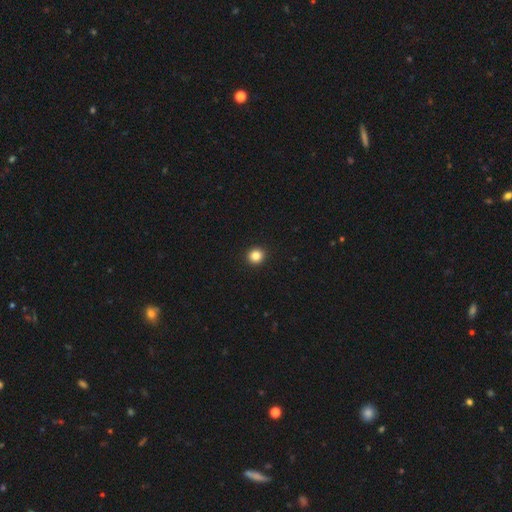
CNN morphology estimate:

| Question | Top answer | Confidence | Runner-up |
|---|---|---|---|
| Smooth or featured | smooth | 85% | star or artifact (11%) |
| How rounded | round | 93% | in between (6%) |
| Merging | none | 94% | minor disturbance (4%) |